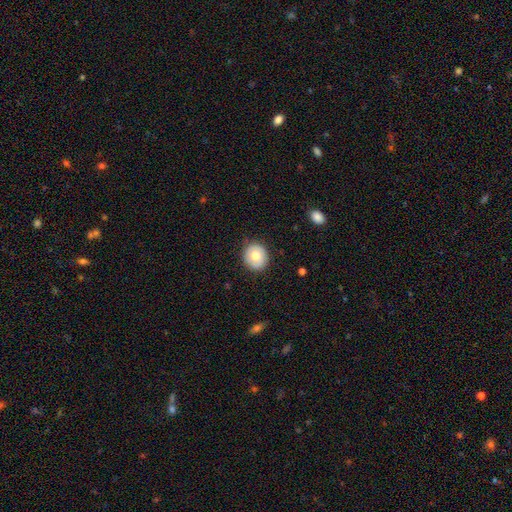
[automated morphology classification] Overall: smooth (70%). How rounded: round (77%). Merging: none (84%).